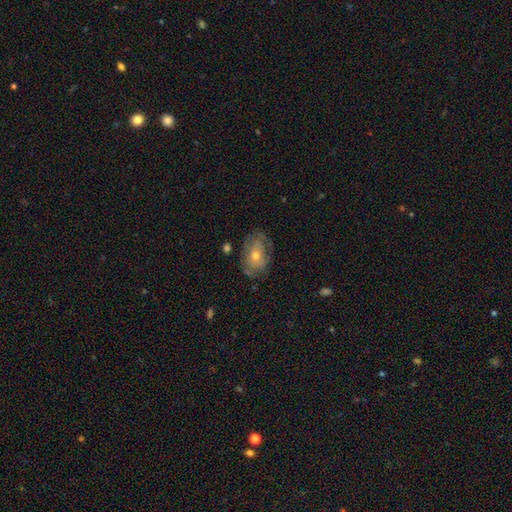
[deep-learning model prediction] Overall: featured or disk (52%; smooth 39%). Edge-on disk: no (93%). Merging: none (67%).